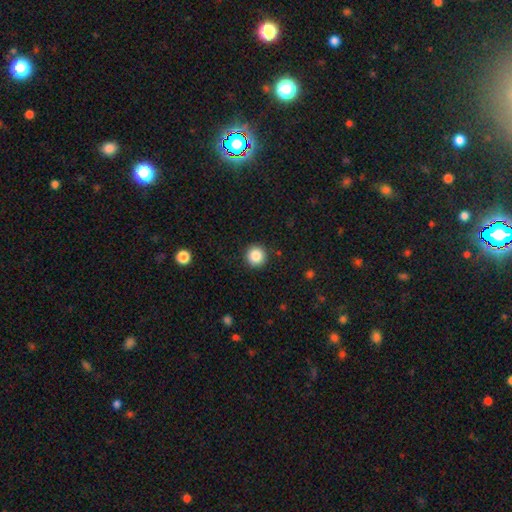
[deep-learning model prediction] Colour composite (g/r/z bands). It shows a smooth galaxy with no disk features (86%) that is round (96%). Merging: none (92%).